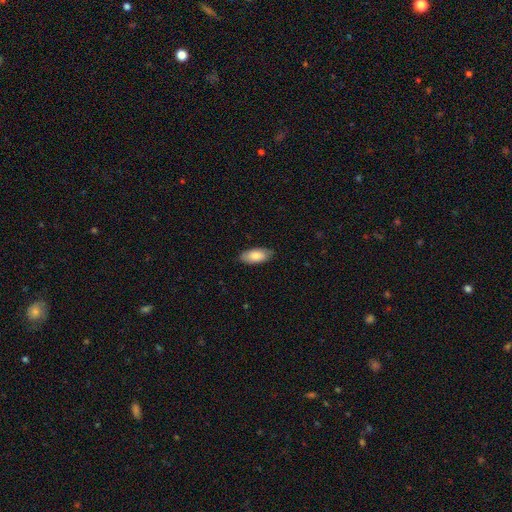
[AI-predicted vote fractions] This appears to be a smooth galaxy with no disk features (80%) that is in between round and cigar-shaped (91%). Merging: none (84%).